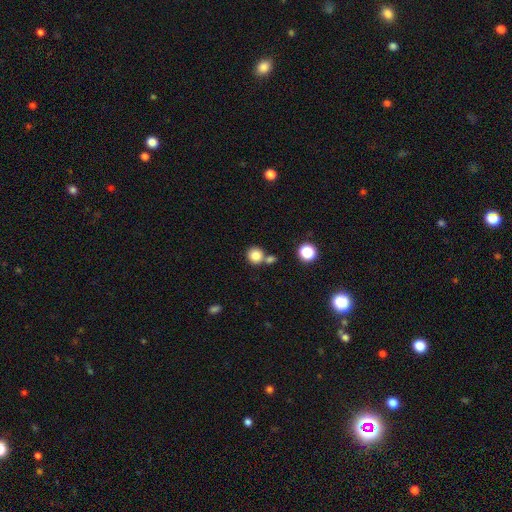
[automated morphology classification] Q: Smooth or featured?
A: smooth (83%); runner-up: star or artifact (11%)
Q: How rounded?
A: round (91%); runner-up: in between (8%)
Q: Merging?
A: none (65%); runner-up: merger (24%)